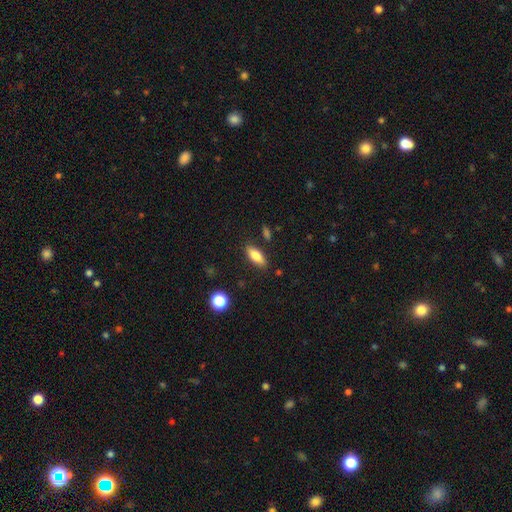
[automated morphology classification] smooth 76%, featured or disk 16%, star or artifact 8%. Down the decision tree: how rounded — in between (74%); merging — none (84%).